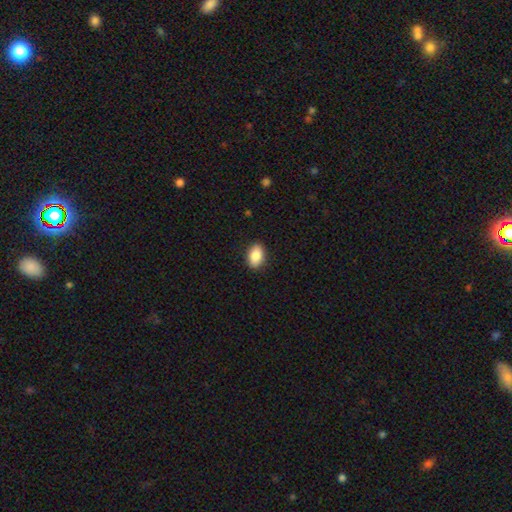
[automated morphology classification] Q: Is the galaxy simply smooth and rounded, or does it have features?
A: smooth — 86%.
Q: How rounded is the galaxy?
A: in between — 88%.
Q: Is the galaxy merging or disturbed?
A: none — 90%.